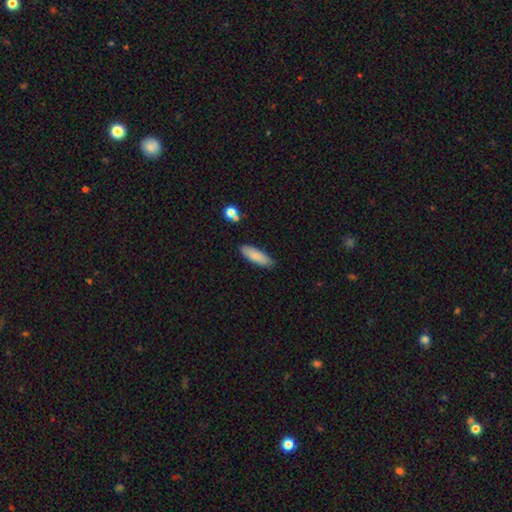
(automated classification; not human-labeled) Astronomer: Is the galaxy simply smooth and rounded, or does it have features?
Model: smooth — 86%.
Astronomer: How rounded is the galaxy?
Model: in between — 55% (runner-up: cigar-shaped, 43%).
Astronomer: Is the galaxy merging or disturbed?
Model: none — 84%.